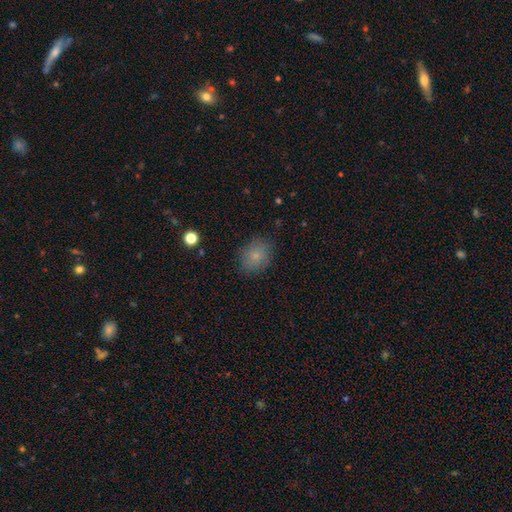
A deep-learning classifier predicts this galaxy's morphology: This appears to be a smooth galaxy with no disk features (80%) that is round (51%). Merging: none (83%).